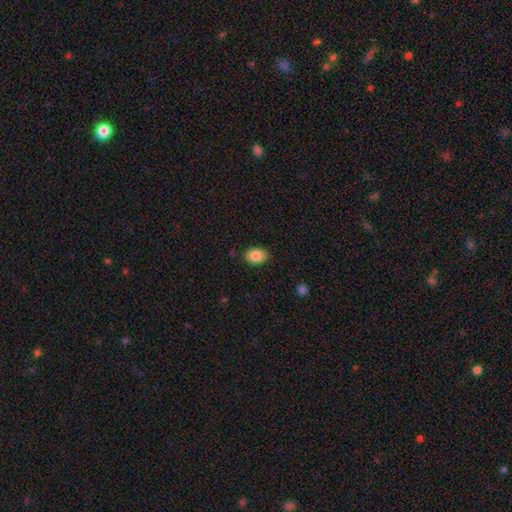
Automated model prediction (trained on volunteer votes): Smooth or featured? smooth (85%)
How rounded? in between (79%)
Merging? none (86%)